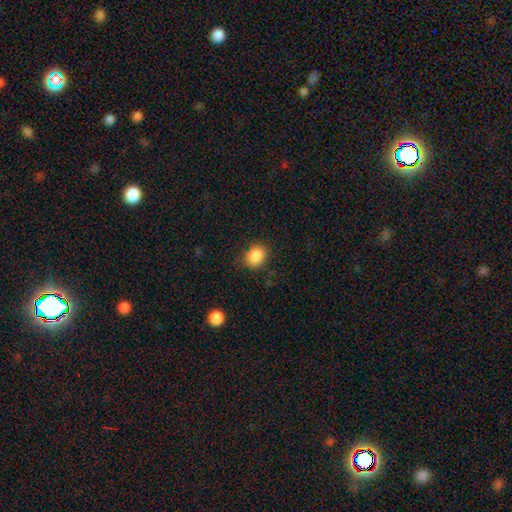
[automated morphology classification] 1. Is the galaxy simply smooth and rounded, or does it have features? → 87% smooth, 9% star or artifact, 4% featured or disk.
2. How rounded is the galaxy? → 55% round, 44% in between, 1% cigar-shaped.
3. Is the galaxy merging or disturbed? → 82% none, 13% minor disturbance, 4% major disturbance, 1% merger.